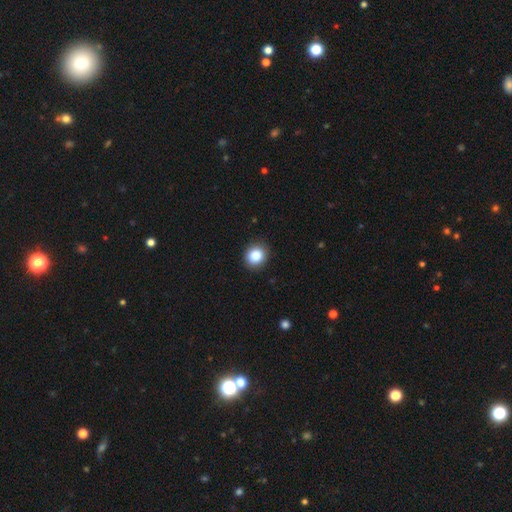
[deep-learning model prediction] The model was most divided on "how rounded": round: 77%, in between: 23%, cigar-shaped: 1%. More confident: merging — none (90%); smooth or featured — smooth (86%).